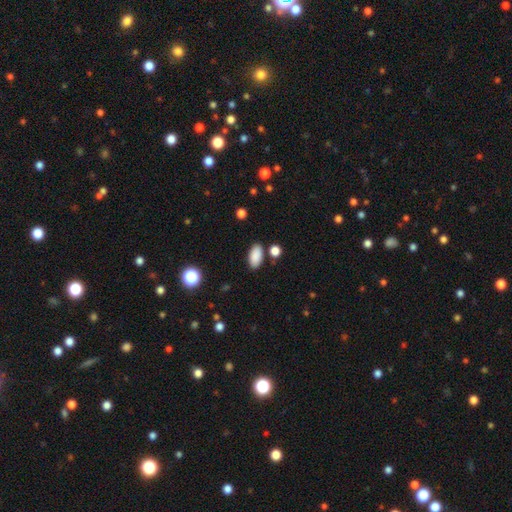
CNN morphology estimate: Q: Smooth or featured?
A: smooth (88%); runner-up: star or artifact (8%)
Q: How rounded?
A: in between (93%); runner-up: cigar-shaped (4%)
Q: Merging?
A: none (84%); runner-up: minor disturbance (9%)